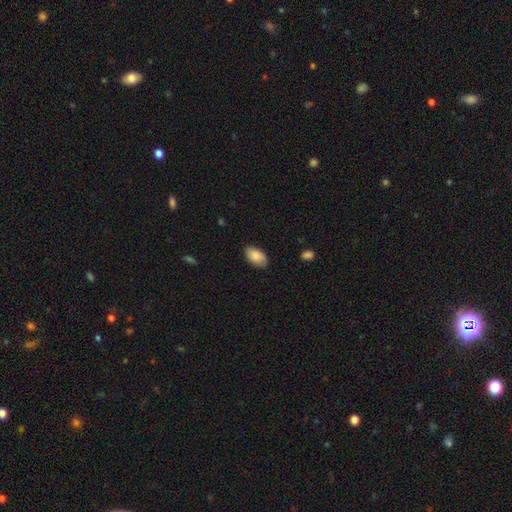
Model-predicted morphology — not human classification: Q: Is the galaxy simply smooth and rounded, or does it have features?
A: smooth — 86%.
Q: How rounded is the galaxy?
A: in between — 94%.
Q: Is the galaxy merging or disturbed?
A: none — 83%.